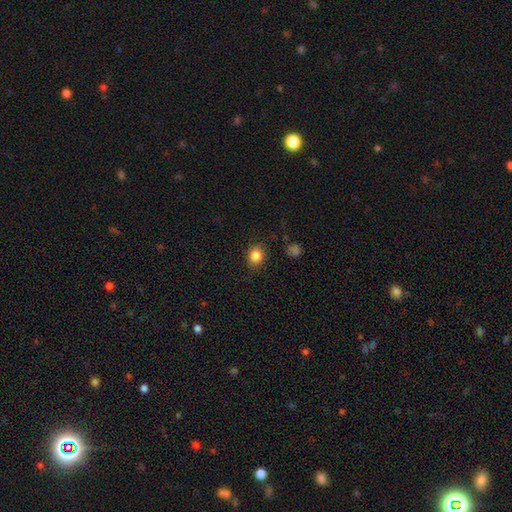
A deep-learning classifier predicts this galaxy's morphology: Smooth or featured? smooth (85%)
How rounded? round (70%)
Merging? none (85%)